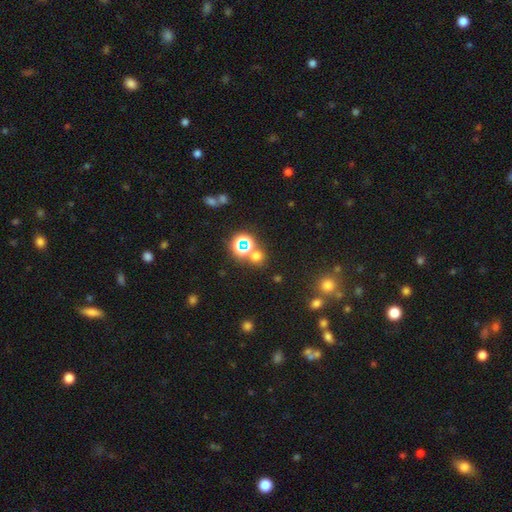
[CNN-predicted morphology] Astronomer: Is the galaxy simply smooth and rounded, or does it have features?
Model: smooth — 54% (runner-up: star or artifact, 39%).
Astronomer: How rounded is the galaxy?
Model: round — 88%.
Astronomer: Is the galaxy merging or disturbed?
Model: none — 73%.